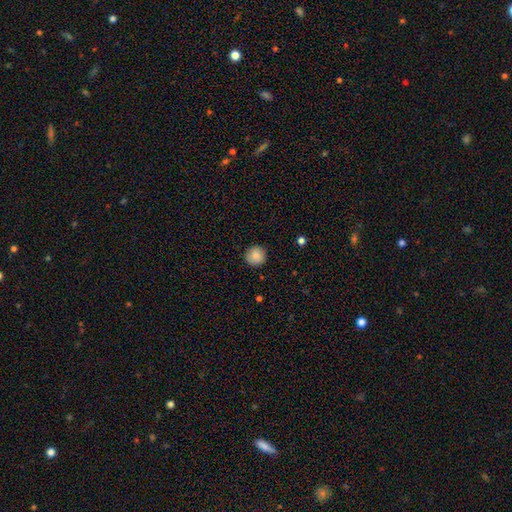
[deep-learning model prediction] Smooth or featured: smooth — 86% (star or artifact — 8%)
How rounded: round — 95% (in between — 4%)
Merging: none — 91% (minor disturbance — 6%)